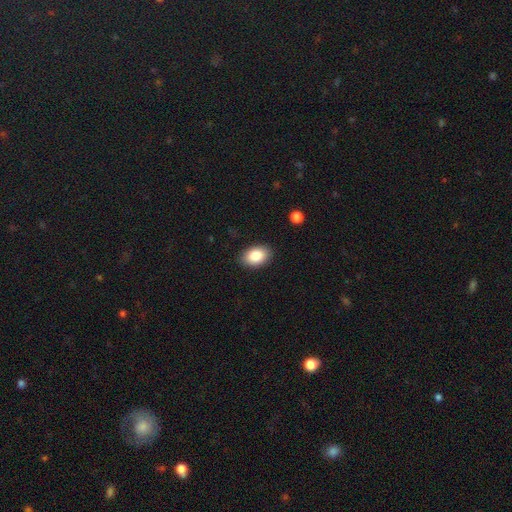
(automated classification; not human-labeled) A smooth galaxy with no disk features (88%) that is in between round and cigar-shaped (89%).

Vote fractions:
- Smooth or featured? smooth: 88% / star or artifact: 7% / featured or disk: 5%
- How rounded? in between: 89% / round: 10% / cigar-shaped: 1%
- Merging? none: 87% / minor disturbance: 10% / major disturbance: 2% / merger: 1%